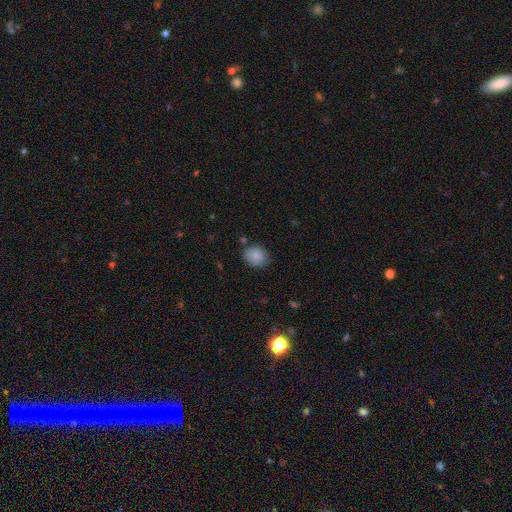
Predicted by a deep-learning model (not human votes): This appears to be a smooth galaxy with no disk features (86%) that is in between round and cigar-shaped (52%). Merging: none (81%).